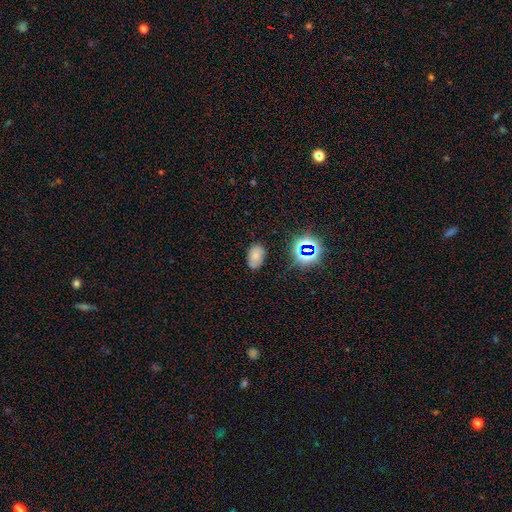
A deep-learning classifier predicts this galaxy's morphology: smooth_or_featured: smooth (p=0.68) [alt: star or artifact p=0.20]
how_rounded: in between (p=0.90) [alt: round p=0.09]
merging: none (p=0.75) [alt: minor disturbance p=0.18]